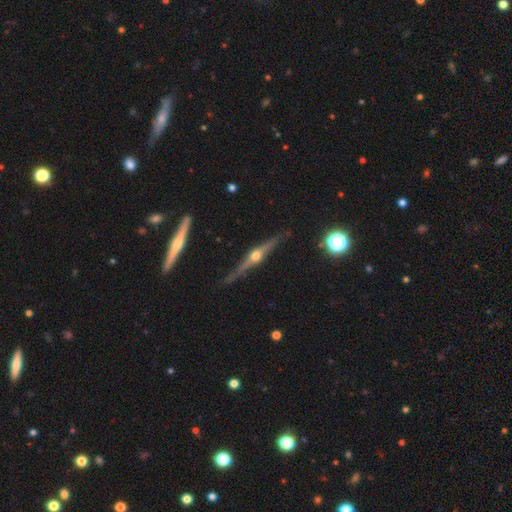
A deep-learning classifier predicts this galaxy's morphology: featured or disk 84%, smooth 10%, star or artifact 7%. Down the decision tree: edge-on disk — yes (98%); edge-on bulge — rounded (95%); merging — none (88%).